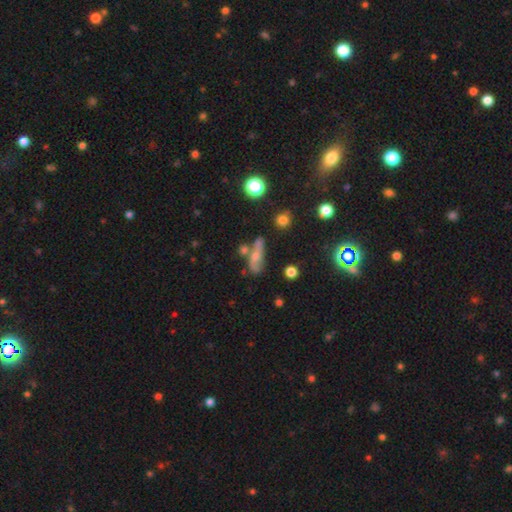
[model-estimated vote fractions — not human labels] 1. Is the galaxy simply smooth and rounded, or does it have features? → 44% smooth, 42% featured or disk, 14% star or artifact.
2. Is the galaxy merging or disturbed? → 43% none, 26% merger, 19% minor disturbance, 12% major disturbance.